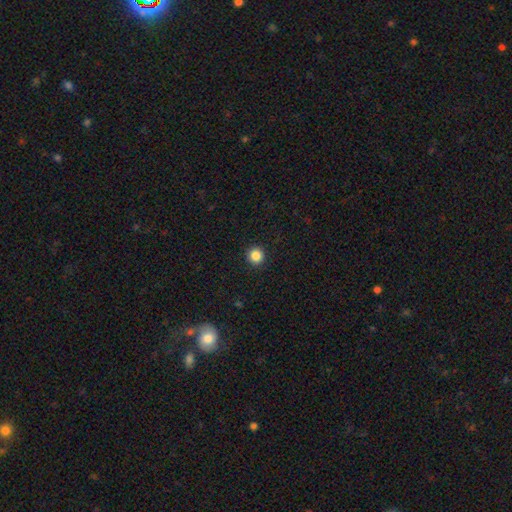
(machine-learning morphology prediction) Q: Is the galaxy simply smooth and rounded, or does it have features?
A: smooth — 86%.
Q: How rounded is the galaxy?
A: round — 95%.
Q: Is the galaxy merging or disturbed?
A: none — 93%.